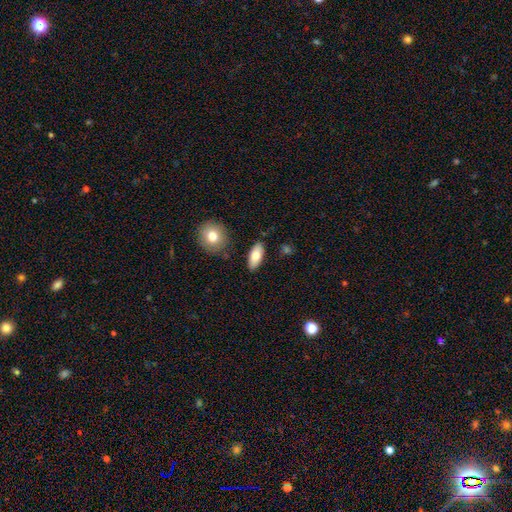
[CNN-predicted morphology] This is likely a smooth galaxy (77%). How rounded: clearly in between (86%). Merging: clearly none (85%).